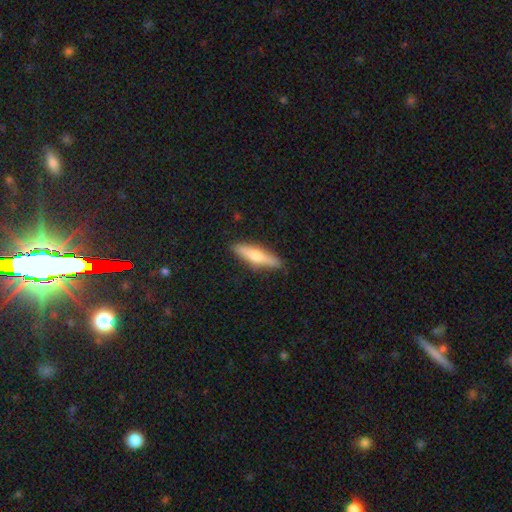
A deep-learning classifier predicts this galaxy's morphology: This appears to be a smooth galaxy with no disk features (63%) that is cigar-shaped (79%). Merging: none (86%).